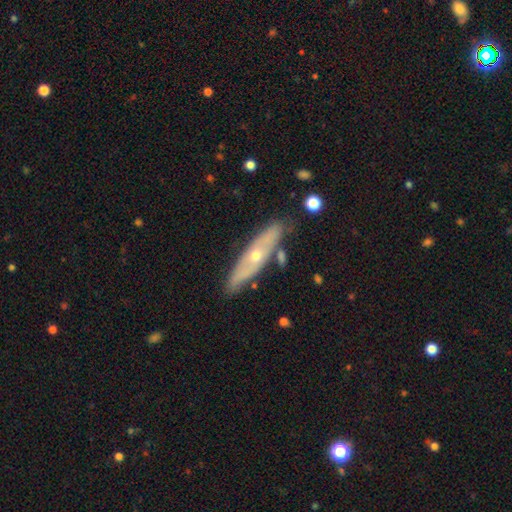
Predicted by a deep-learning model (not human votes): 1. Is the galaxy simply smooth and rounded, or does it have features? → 56% featured or disk, 38% smooth, 6% star or artifact.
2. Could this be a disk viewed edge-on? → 58% yes, 42% no.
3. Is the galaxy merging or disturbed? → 79% none, 13% minor disturbance, 5% merger, 3% major disturbance.